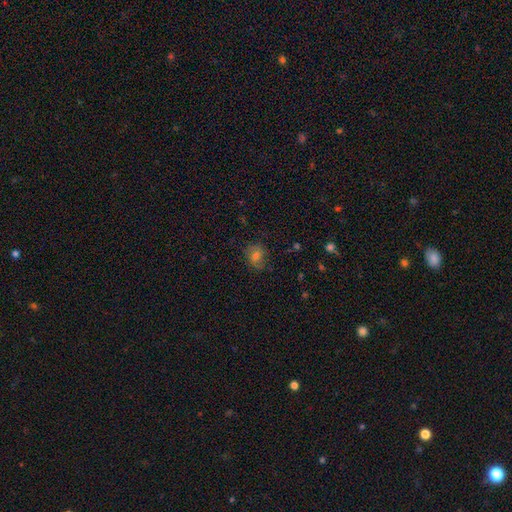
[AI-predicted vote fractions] A smooth galaxy with no disk features (60%) that is round (57%).

Vote fractions:
- Smooth or featured? smooth: 60% / featured or disk: 21% / star or artifact: 20%
- How rounded? round: 57% / in between: 42% / cigar-shaped: 1%
- Merging? none: 76% / minor disturbance: 17% / major disturbance: 6% / merger: 1%